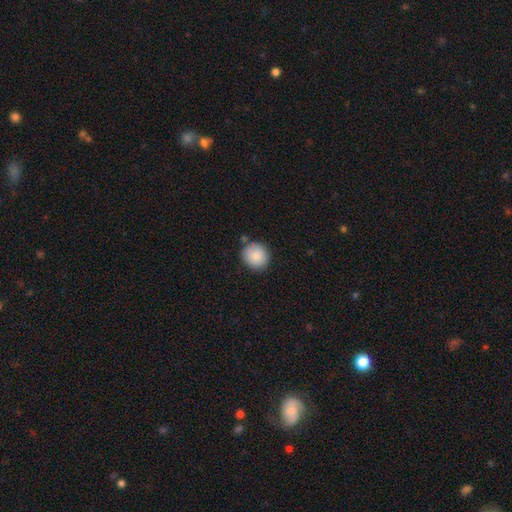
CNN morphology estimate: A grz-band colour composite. It shows a smooth galaxy with no disk features (87%) that is round (87%). Merging: none (79%).